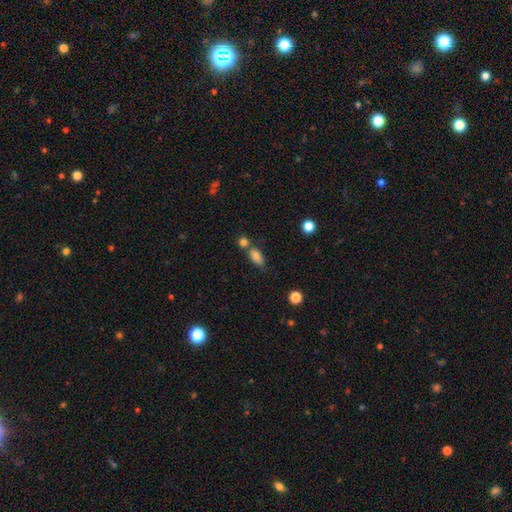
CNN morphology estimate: smooth-or-featured: smooth: 81% | star or artifact: 11% | featured or disk: 8%
  how-rounded: in between: 83% | round: 8% | cigar-shaped: 8%
  merging: none: 50% | merger: 28% | minor disturbance: 16% | major disturbance: 6%